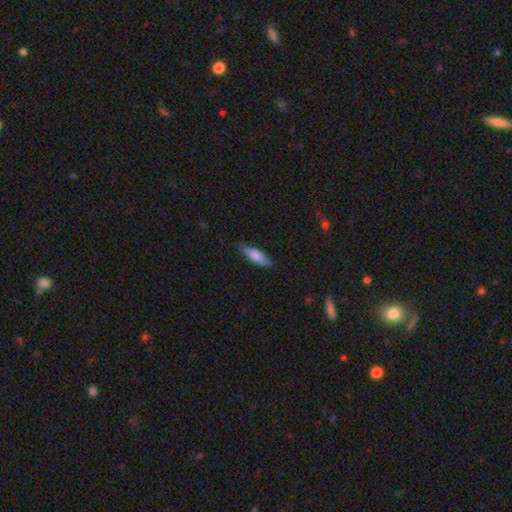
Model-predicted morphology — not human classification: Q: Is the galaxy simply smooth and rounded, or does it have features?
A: smooth — 76%.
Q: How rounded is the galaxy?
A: cigar-shaped — 61%.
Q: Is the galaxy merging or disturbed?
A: none — 82%.